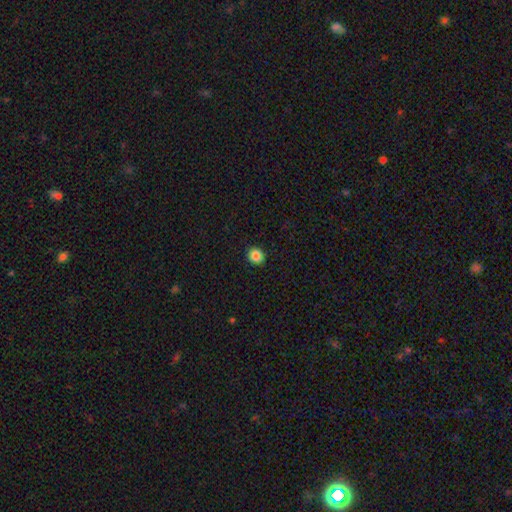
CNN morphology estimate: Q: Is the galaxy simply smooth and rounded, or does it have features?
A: smooth — 87%.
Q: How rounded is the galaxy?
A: round — 82%.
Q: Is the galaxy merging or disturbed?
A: none — 92%.